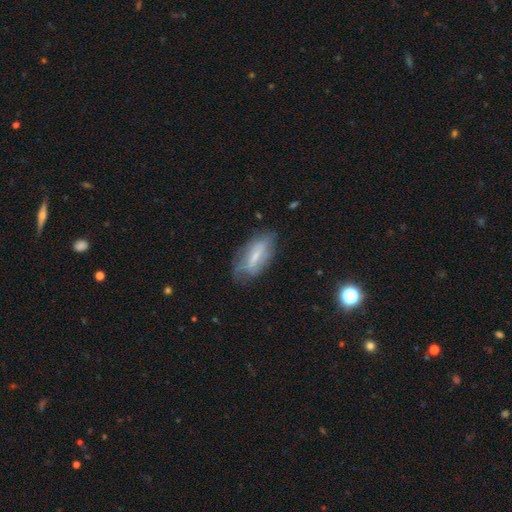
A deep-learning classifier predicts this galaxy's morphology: Overall: featured or disk (49%; smooth 43%). Merging: none (60%; minor disturbance 27%).